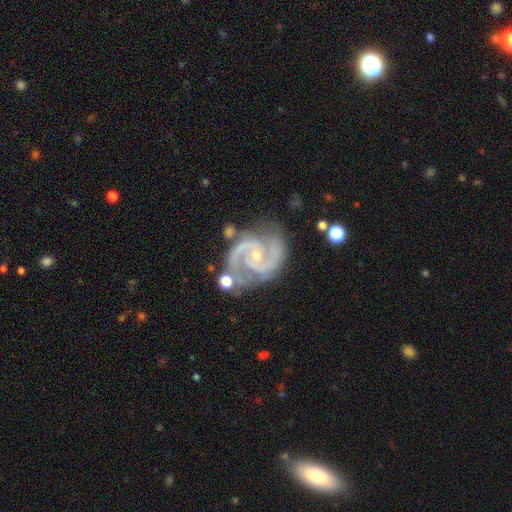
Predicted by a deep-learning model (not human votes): Smooth or featured: featured or disk — 93% (star or artifact — 5%)
Edge-on disk: no — 98% (yes — 2%)
Bar: no — 57% (weak — 32%)
Spiral arms: yes — 99% (no — 1%)
Spiral winding: medium — 60% (tight — 32%)
Spiral arm count: 2 — 86% (3 — 8%)
Bulge size: small — 73% (moderate — 24%)
Merging: none — 64% (minor disturbance — 21%)